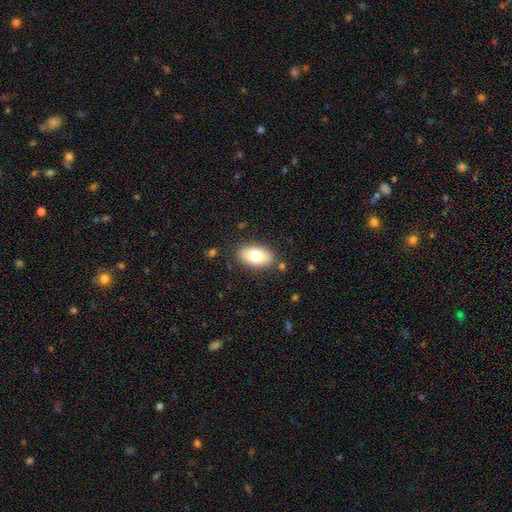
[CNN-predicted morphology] Q: Smooth or featured?
A: smooth (75%); runner-up: featured or disk (18%)
Q: How rounded?
A: in between (92%); runner-up: round (6%)
Q: Merging?
A: none (84%); runner-up: minor disturbance (11%)